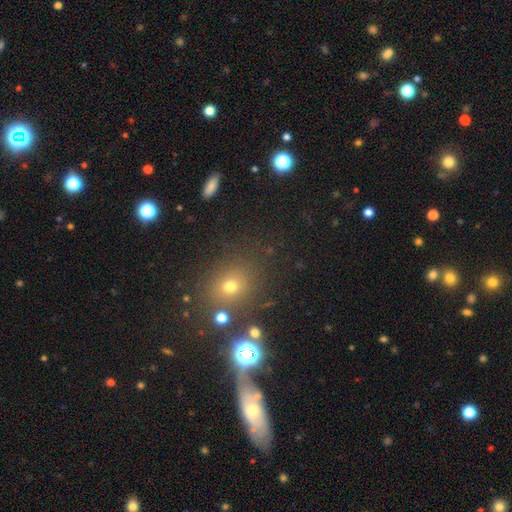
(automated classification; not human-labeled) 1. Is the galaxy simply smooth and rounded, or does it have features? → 52% smooth, 35% star or artifact, 13% featured or disk.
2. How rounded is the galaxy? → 66% round, 31% in between, 3% cigar-shaped.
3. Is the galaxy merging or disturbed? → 78% none, 10% minor disturbance, 8% merger, 4% major disturbance.